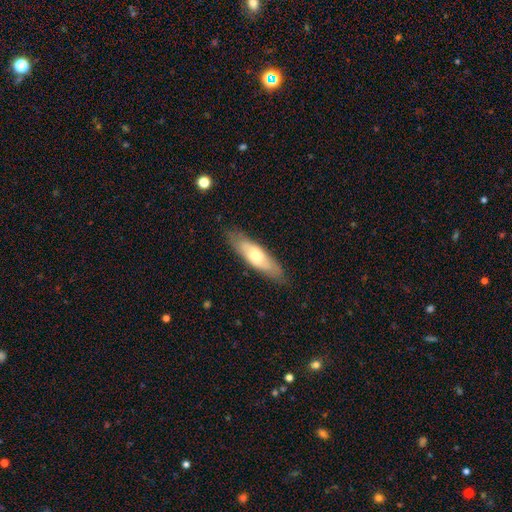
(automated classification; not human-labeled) Q: Smooth or featured?
A: smooth (55%); runner-up: featured or disk (40%)
Q: How rounded?
A: cigar-shaped (53%); runner-up: in between (45%)
Q: Merging?
A: none (81%); runner-up: minor disturbance (15%)